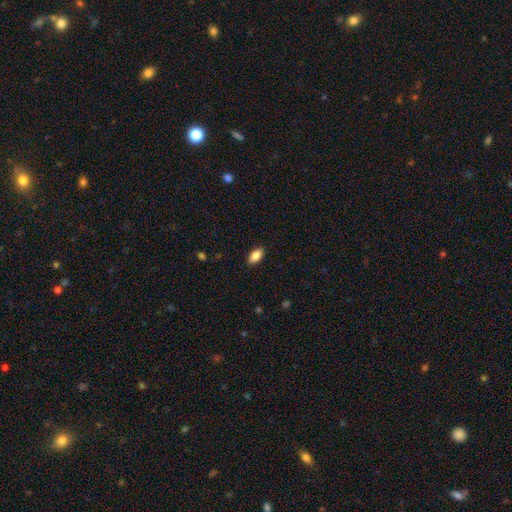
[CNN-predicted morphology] smooth-or-featured: smooth: 87% | star or artifact: 7% | featured or disk: 6%
  how-rounded: in between: 91% | cigar-shaped: 6% | round: 3%
  merging: none: 89% | minor disturbance: 8% | major disturbance: 2% | merger: 1%